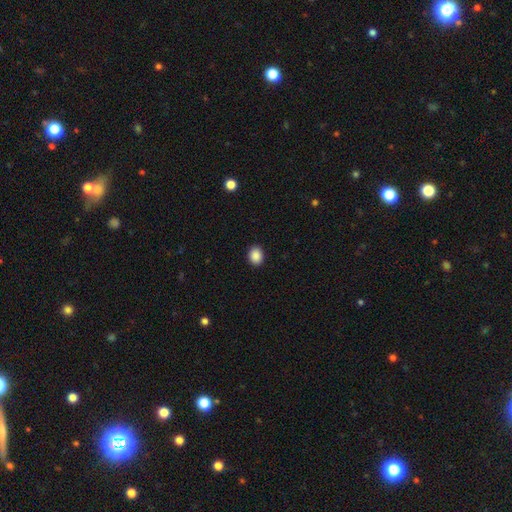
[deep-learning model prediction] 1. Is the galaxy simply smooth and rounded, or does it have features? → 89% smooth, 8% star or artifact, 3% featured or disk.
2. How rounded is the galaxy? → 51% in between, 49% round, 1% cigar-shaped.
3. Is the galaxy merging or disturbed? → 91% none, 6% minor disturbance, 2% major disturbance, 1% merger.